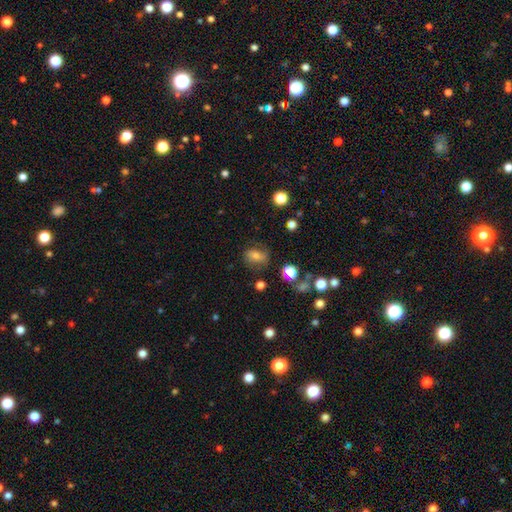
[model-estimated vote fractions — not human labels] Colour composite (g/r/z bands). It shows a smooth galaxy with no disk features (63%) that is in between round and cigar-shaped (61%). Merging: none (68%).